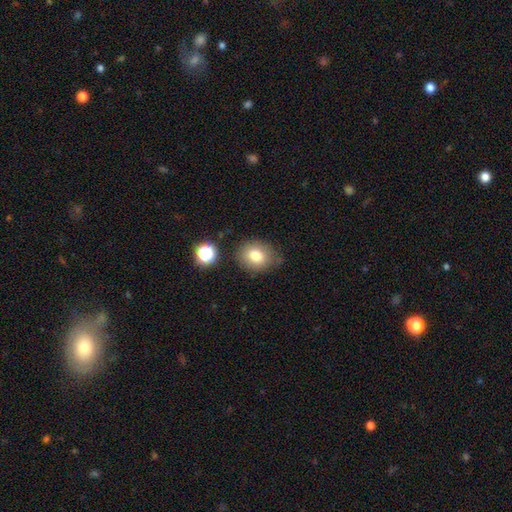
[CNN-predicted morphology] This appears to be a smooth galaxy with no disk features (79%) that is round (63%). Merging: none (75%).